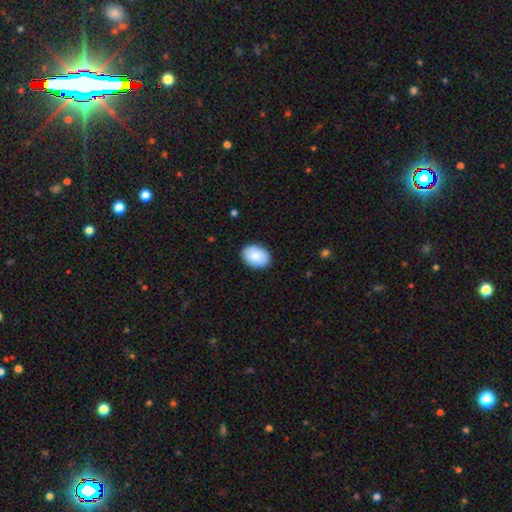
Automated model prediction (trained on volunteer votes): smooth 87%, featured or disk 7%, star or artifact 6%. Down the decision tree: how rounded — in between (83%); merging — none (90%).